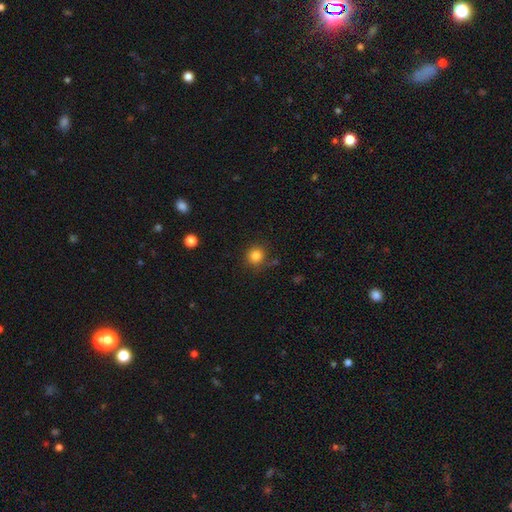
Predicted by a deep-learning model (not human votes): Smooth or featured? smooth (84%)
How rounded? round (89%)
Merging? none (82%)